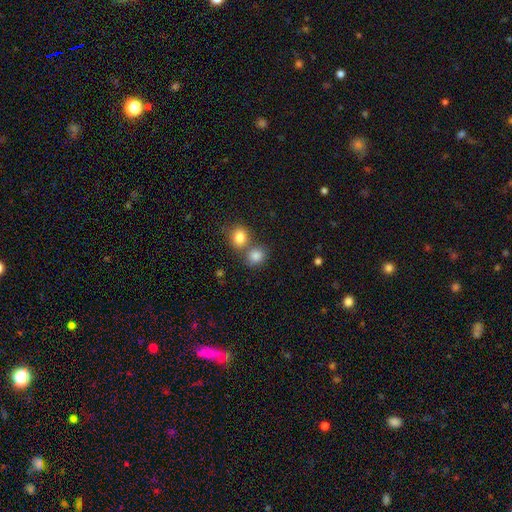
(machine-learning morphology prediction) This appears to be a smooth galaxy with no disk features (84%) that is round (70%). Merging: none (48%).